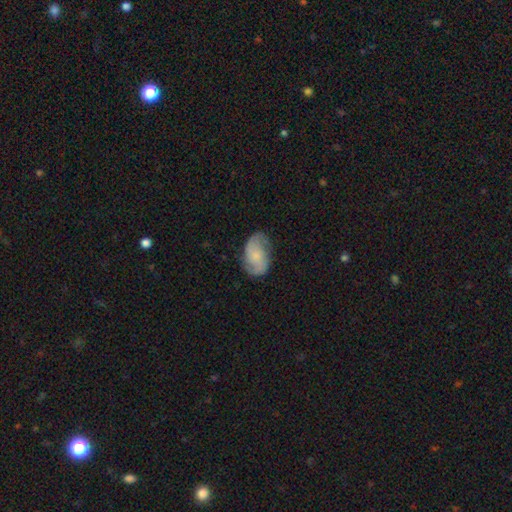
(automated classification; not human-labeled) Morphology: type=featured or disk (59%); edge-on=no (97%); bar=no (67%); spiral arms=yes (90%); winding=medium (45%); arm count=2 (85%); bulge=small (43%); merging=none (72%).